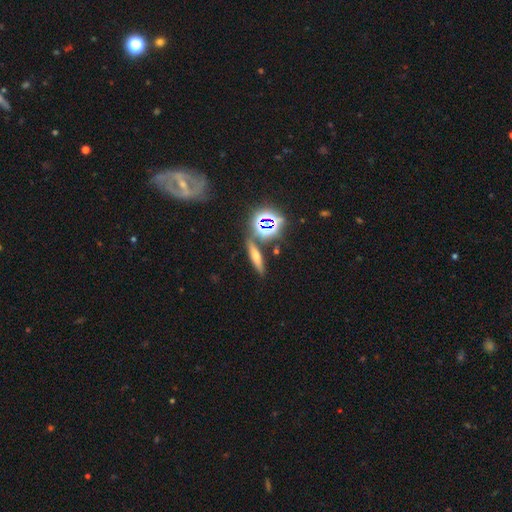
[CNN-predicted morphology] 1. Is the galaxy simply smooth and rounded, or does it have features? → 41% smooth, 30% featured or disk, 29% star or artifact.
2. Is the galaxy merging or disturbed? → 79% none, 9% minor disturbance, 8% merger, 3% major disturbance.